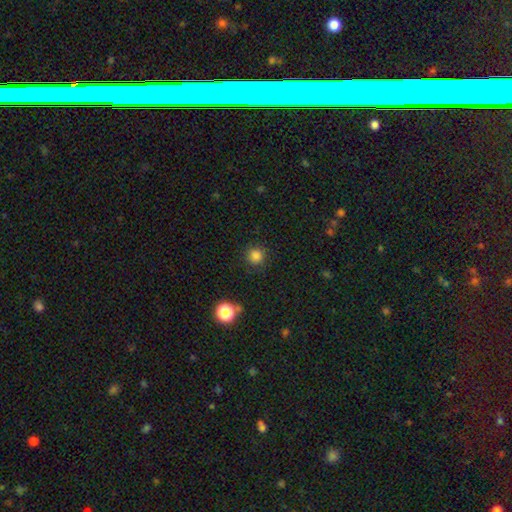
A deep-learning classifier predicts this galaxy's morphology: Smooth or featured? smooth (82%)
How rounded? round (93%)
Merging? none (87%)